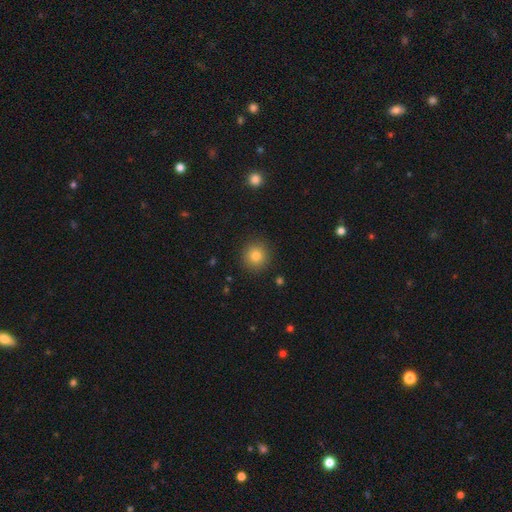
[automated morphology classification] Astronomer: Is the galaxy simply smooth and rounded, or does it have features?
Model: smooth — 81%.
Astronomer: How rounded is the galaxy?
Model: round — 94%.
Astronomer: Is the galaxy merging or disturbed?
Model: none — 91%.